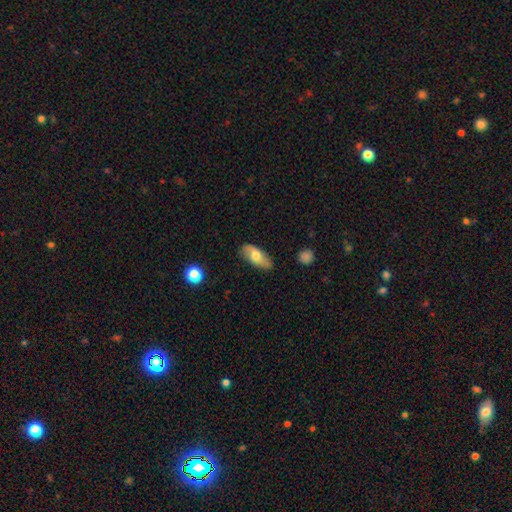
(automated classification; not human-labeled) Q: Smooth or featured?
A: smooth (60%); runner-up: featured or disk (34%)
Q: How rounded?
A: in between (83%); runner-up: cigar-shaped (13%)
Q: Merging?
A: none (78%); runner-up: minor disturbance (17%)